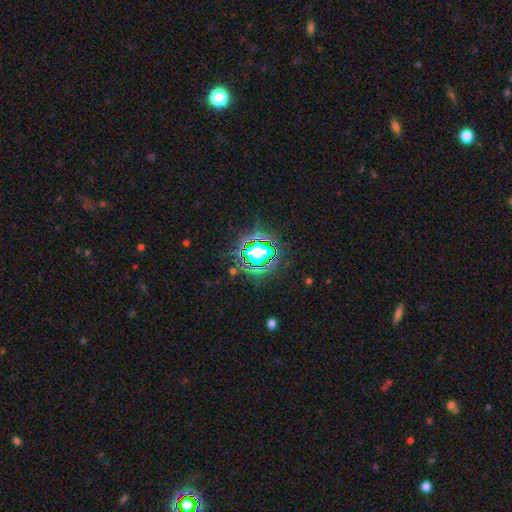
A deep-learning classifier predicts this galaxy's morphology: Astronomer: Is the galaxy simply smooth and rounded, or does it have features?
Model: star or artifact — 65%.